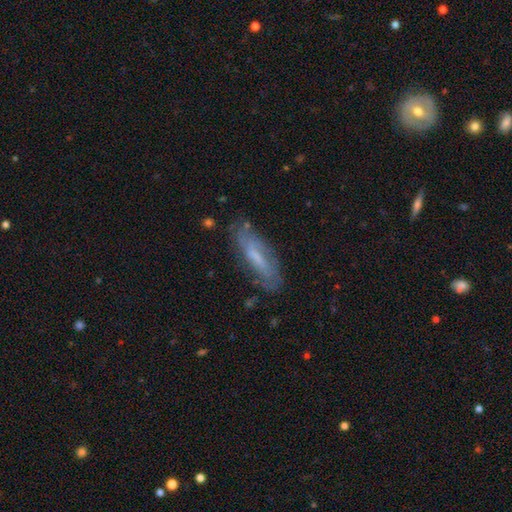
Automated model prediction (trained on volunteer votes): Smooth or featured?
  - featured or disk: 53% *
  - smooth: 39%
  - star or artifact: 8%
Edge-on disk?
  - no: 65% *
  - yes: 35%
Merging?
  - none: 73% *
  - minor disturbance: 19%
  - major disturbance: 6%
  - merger: 2%